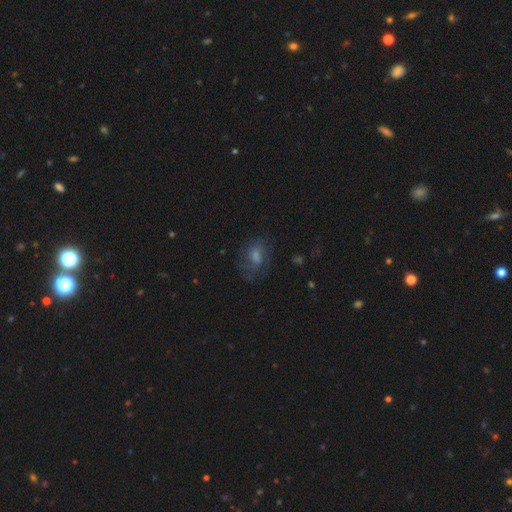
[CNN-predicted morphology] smooth 43%, featured or disk 36%, star or artifact 21%. Down the decision tree: merging — none (66%).